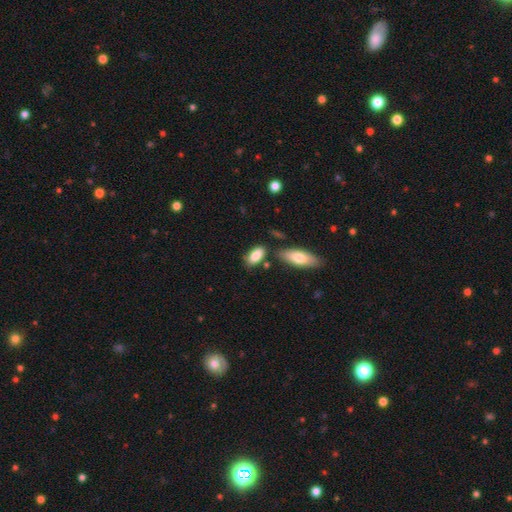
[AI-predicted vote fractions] A smooth galaxy with no disk features (85%) that is in between round and cigar-shaped (88%).

Vote fractions:
- Smooth or featured? smooth: 85% / featured or disk: 9% / star or artifact: 6%
- How rounded? in between: 88% / cigar-shaped: 9% / round: 3%
- Merging? none: 70% / minor disturbance: 15% / merger: 10% / major disturbance: 4%